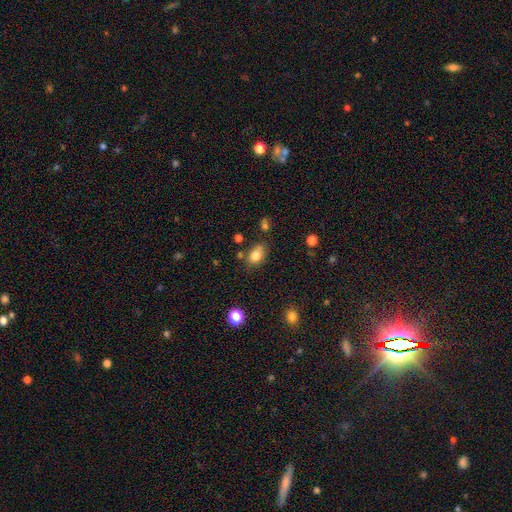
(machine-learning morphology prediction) Q: Smooth or featured?
A: smooth (80%); runner-up: star or artifact (10%)
Q: How rounded?
A: in between (74%); runner-up: round (25%)
Q: Merging?
A: none (66%); runner-up: minor disturbance (21%)